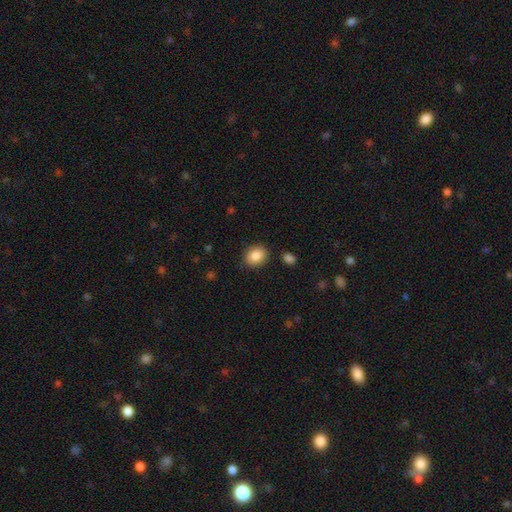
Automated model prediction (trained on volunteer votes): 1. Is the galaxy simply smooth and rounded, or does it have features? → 86% smooth, 8% star or artifact, 6% featured or disk.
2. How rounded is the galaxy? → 53% round, 46% in between, 1% cigar-shaped.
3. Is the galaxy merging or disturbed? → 86% none, 9% minor disturbance, 3% major disturbance, 2% merger.